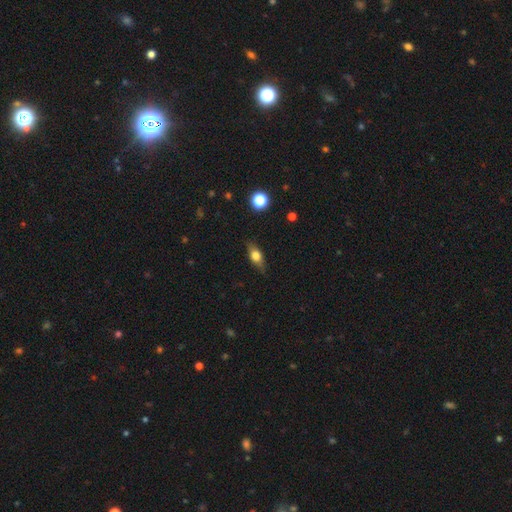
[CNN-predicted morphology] A smooth galaxy with no disk features (62%) that is in between round and cigar-shaped (70%). Merging: none (81%).